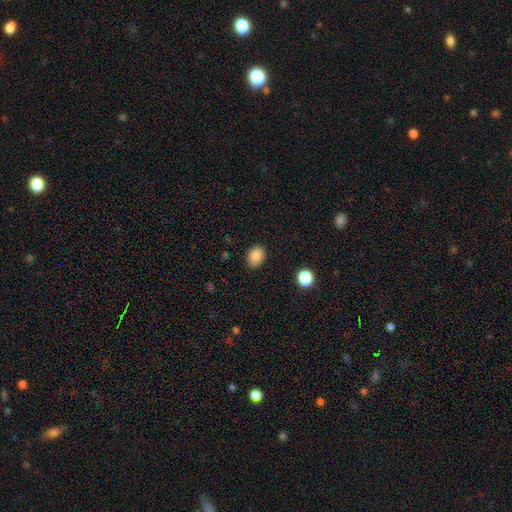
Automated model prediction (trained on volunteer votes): Smooth or featured? smooth (87%)
How rounded? in between (63%)
Merging? none (86%)